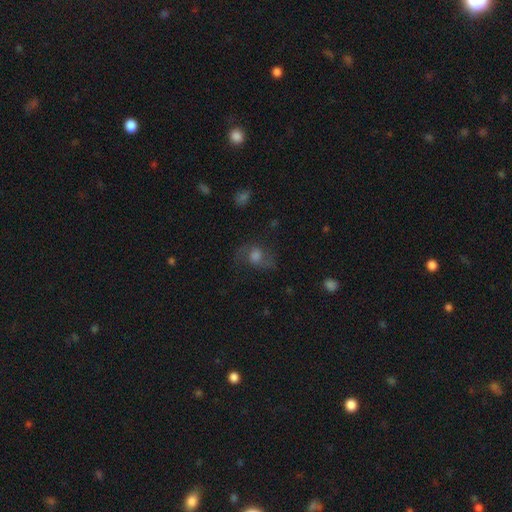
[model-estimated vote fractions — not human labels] The model was most divided on "smooth or featured": featured or disk: 49%, smooth: 34%, star or artifact: 17%. More confident: merging — none (61%).